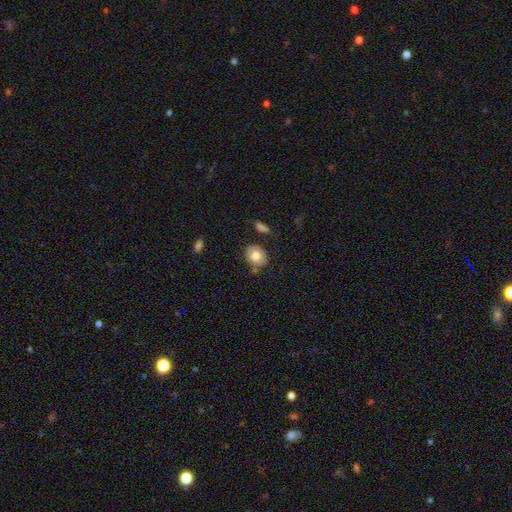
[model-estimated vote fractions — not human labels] smooth 74%, featured or disk 18%, star or artifact 8%. Down the decision tree: how rounded — round (61%); merging — none (77%).